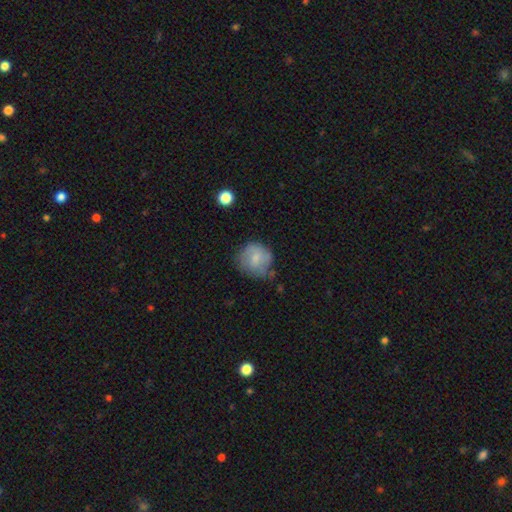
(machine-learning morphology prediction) Smooth or featured: smooth — 69% (featured or disk — 23%)
How rounded: round — 85% (in between — 14%)
Merging: none — 60% (minor disturbance — 28%)